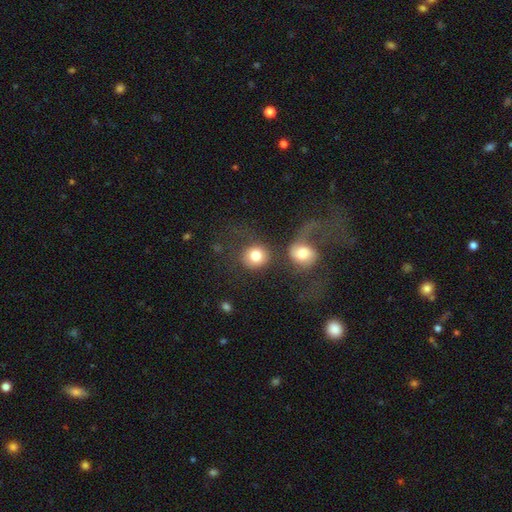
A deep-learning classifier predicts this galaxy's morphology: Q: Smooth or featured?
A: smooth (76%); runner-up: featured or disk (16%)
Q: How rounded?
A: round (83%); runner-up: in between (16%)
Q: Merging?
A: none (43%); runner-up: merger (32%)